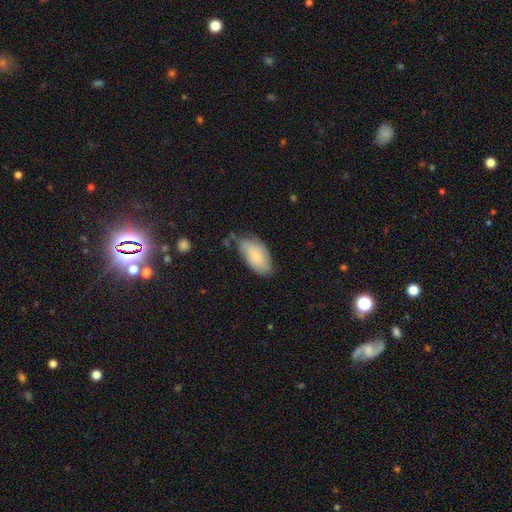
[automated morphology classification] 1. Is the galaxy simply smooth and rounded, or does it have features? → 74% smooth, 20% featured or disk, 6% star or artifact.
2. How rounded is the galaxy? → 94% in between, 3% cigar-shaped, 3% round.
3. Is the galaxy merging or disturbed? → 57% none, 33% minor disturbance, 7% major disturbance, 3% merger.